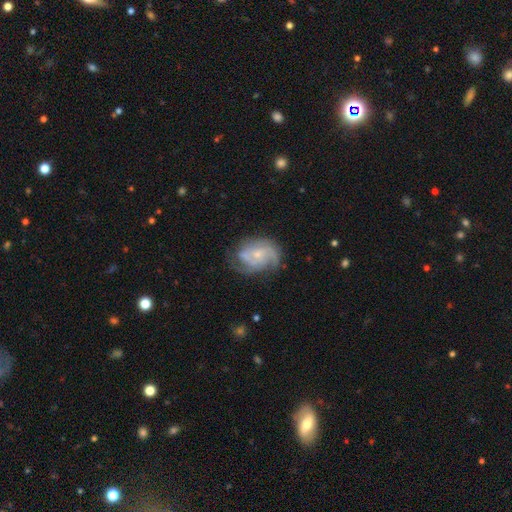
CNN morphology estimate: Q: Smooth or featured?
A: featured or disk (81%); runner-up: smooth (13%)
Q: Edge-on disk?
A: no (98%); runner-up: yes (2%)
Q: Bar?
A: no (69%); runner-up: weak (27%)
Q: Spiral arms?
A: yes (94%); runner-up: no (6%)
Q: Spiral winding?
A: tight (44%); runner-up: medium (42%)
Q: Spiral arm count?
A: 3 (32%); runner-up: 2 (28%)
Q: Bulge size?
A: small (64%); runner-up: moderate (29%)
Q: Merging?
A: none (63%); runner-up: minor disturbance (23%)